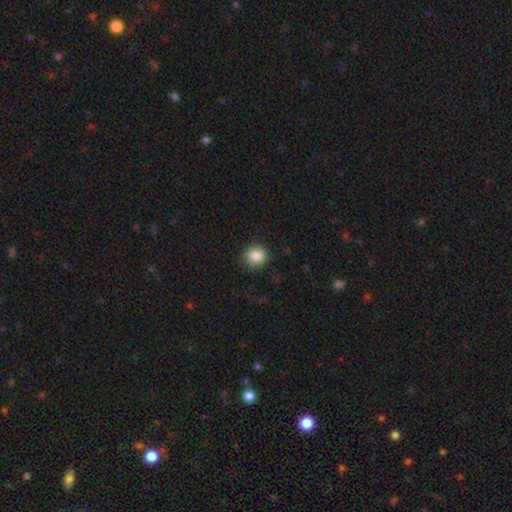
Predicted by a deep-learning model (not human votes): Smooth or featured? smooth (85%)
How rounded? round (87%)
Merging? none (87%)